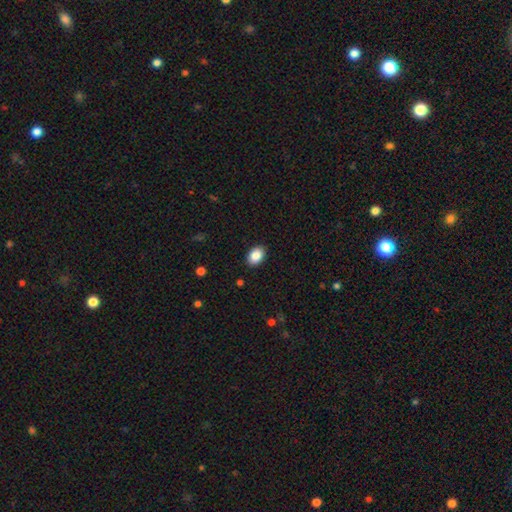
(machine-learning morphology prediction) A smooth galaxy with no disk features (87%) that is in between round and cigar-shaped (81%).

Vote fractions:
- Smooth or featured? smooth: 87% / star or artifact: 8% / featured or disk: 5%
- How rounded? in between: 81% / round: 18% / cigar-shaped: 1%
- Merging? none: 90% / minor disturbance: 8% / major disturbance: 2% / merger: 1%